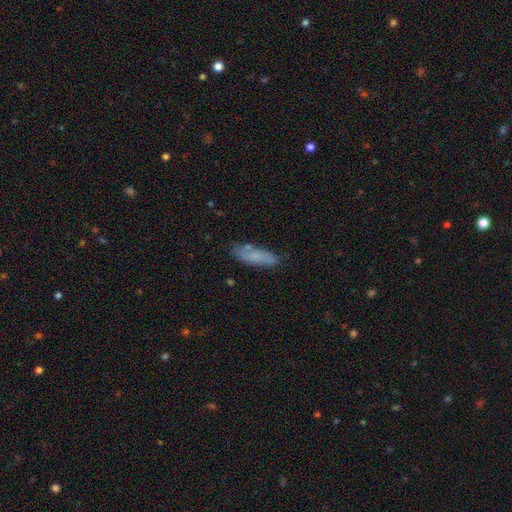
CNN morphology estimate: This appears to be a smooth galaxy with no disk features (68%) that is cigar-shaped (57%). Merging: none (74%).